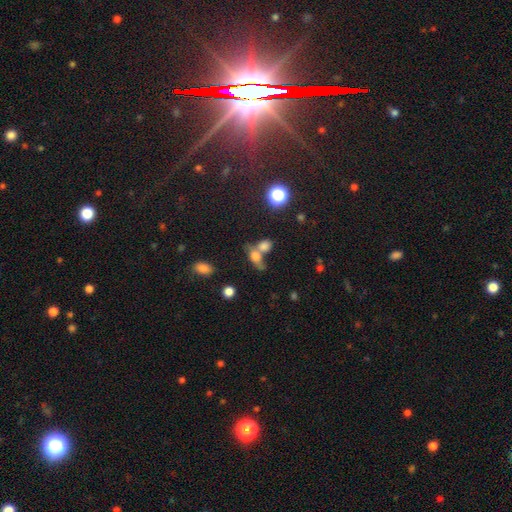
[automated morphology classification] A smooth galaxy with no disk features (67%) that is in between round and cigar-shaped (61%).

Vote fractions:
- Smooth or featured? smooth: 67% / featured or disk: 17% / star or artifact: 16%
- How rounded? in between: 61% / round: 31% / cigar-shaped: 8%
- Merging? merger: 55% / none: 27% / minor disturbance: 10% / major disturbance: 8%